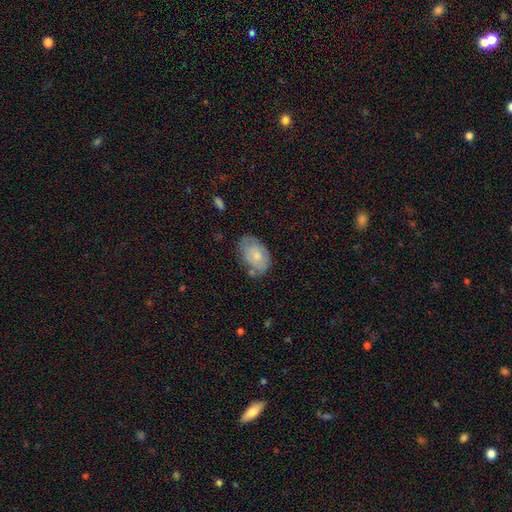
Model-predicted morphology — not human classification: Smooth or featured: smooth — 67% (featured or disk — 26%)
How rounded: in between — 88% (round — 11%)
Merging: none — 61% (minor disturbance — 27%)